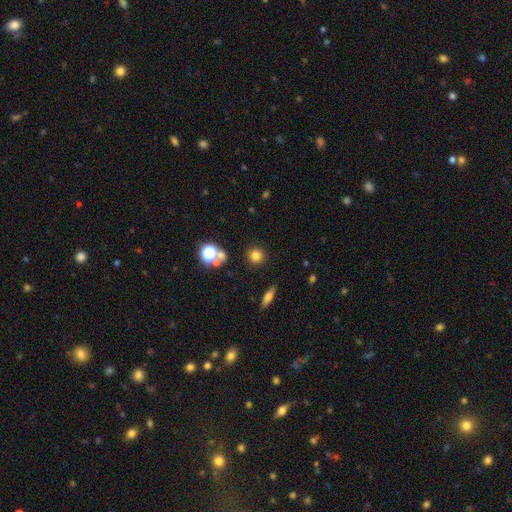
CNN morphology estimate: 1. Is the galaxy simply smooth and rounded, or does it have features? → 77% smooth, 16% star or artifact, 7% featured or disk.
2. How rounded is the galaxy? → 92% round, 7% in between, 1% cigar-shaped.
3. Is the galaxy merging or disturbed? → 86% none, 7% minor disturbance, 5% merger, 3% major disturbance.